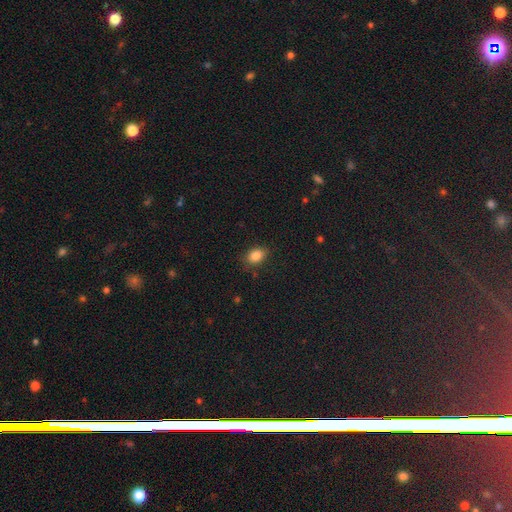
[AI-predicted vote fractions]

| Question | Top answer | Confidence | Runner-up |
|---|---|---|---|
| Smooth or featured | smooth | 85% | star or artifact (10%) |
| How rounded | in between | 77% | round (21%) |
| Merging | none | 84% | minor disturbance (12%) |